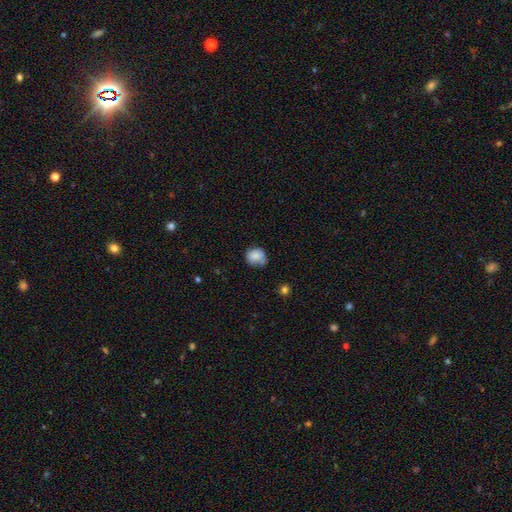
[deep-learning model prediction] smooth 83%, star or artifact 9%, featured or disk 8%. Down the decision tree: how rounded — round (77%); merging — none (56%).